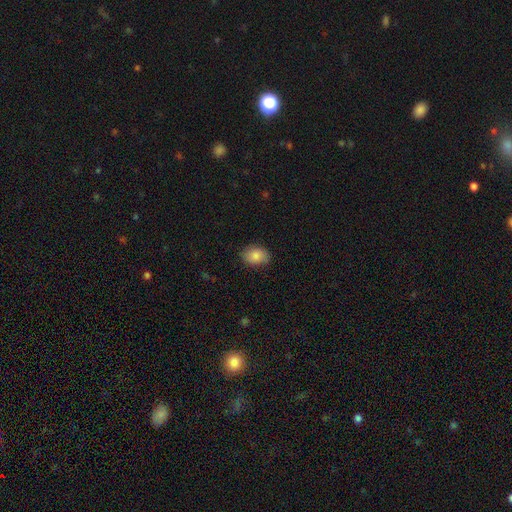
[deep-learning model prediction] Overall: smooth (83%). How rounded: in between (77%). Merging: none (81%).